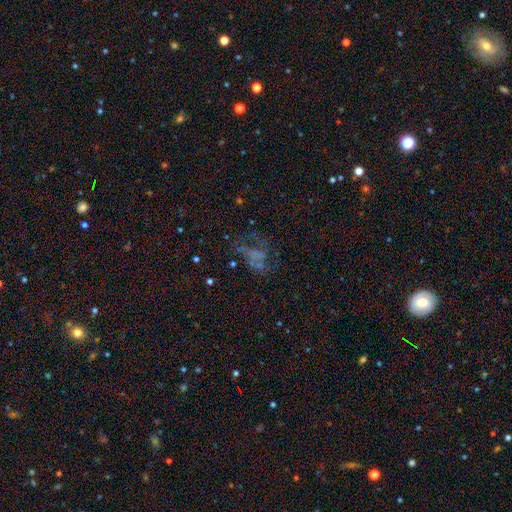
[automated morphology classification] Q: Smooth or featured?
A: featured or disk (46%); runner-up: smooth (28%)
Q: Merging?
A: major disturbance (42%); runner-up: none (34%)